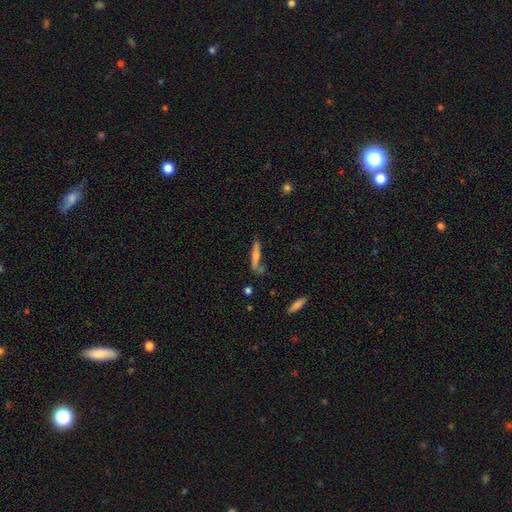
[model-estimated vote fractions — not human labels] The model was most divided on "smooth or featured" (2-way tie): smooth: 46%, featured or disk: 46%, star or artifact: 9%. More confident: merging — none (70%).